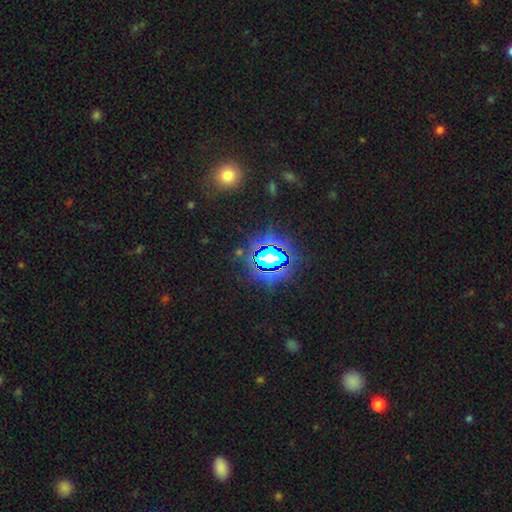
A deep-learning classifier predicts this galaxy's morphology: The model was most divided on "smooth or featured": star or artifact: 75%, smooth: 18%, featured or disk: 7%.